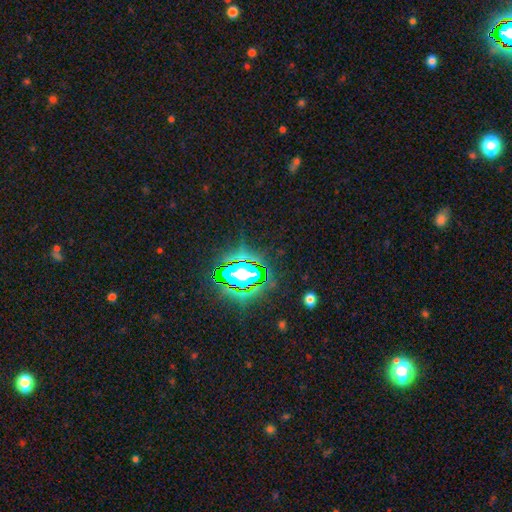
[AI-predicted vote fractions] Q: Smooth or featured?
A: star or artifact (79%); runner-up: smooth (12%)